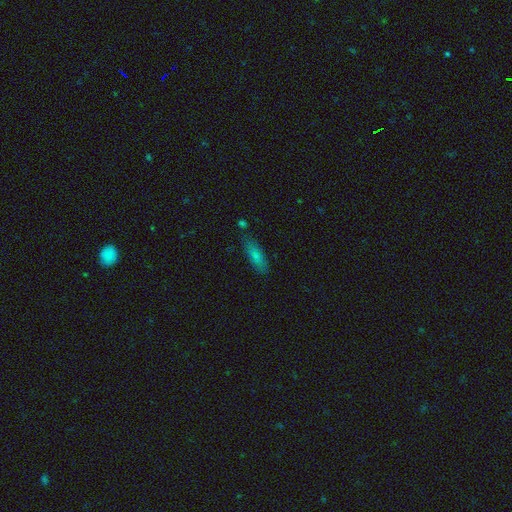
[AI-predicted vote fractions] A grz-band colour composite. It shows a smooth galaxy with no disk features (76%) that is in between round and cigar-shaped (52%). Merging: none (76%).